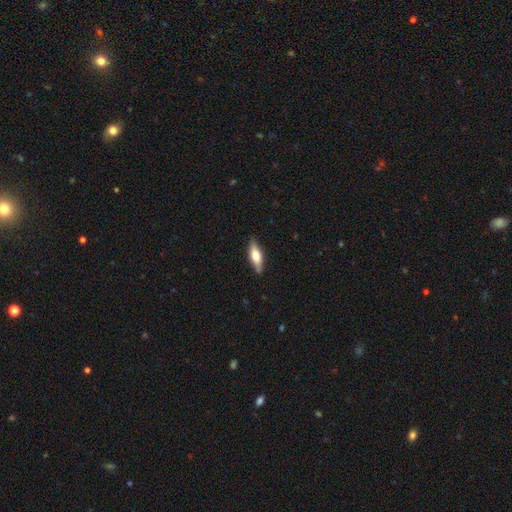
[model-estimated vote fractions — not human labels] This is possibly a smooth galaxy (57%). How rounded: possibly in between (59%). Merging: clearly none (82%).